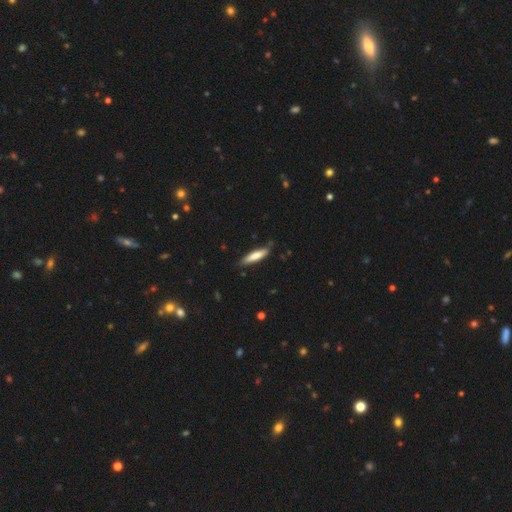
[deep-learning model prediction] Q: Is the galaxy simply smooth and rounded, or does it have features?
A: smooth — 71%.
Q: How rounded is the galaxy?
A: cigar-shaped — 82%.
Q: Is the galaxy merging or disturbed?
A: none — 77%.